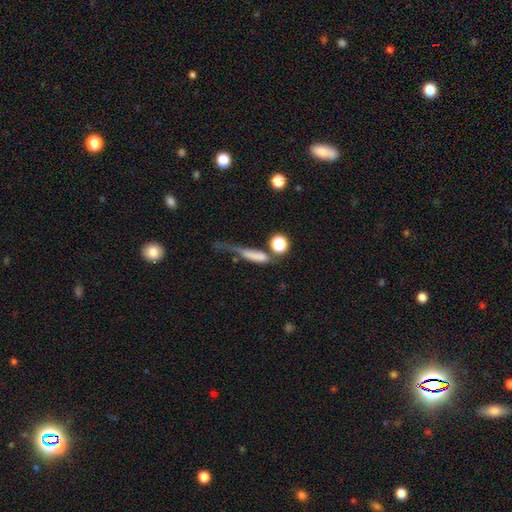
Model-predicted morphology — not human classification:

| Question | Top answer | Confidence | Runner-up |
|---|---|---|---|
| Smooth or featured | smooth | 66% | featured or disk (21%) |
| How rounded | cigar-shaped | 46% | in between (35%) |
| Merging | major disturbance | 34% | none (26%) |